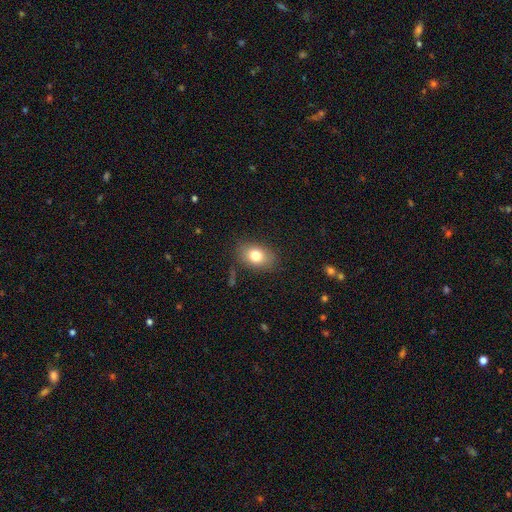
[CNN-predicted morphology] This is likely a smooth galaxy (78%). How rounded: likely in between (76%). Merging: clearly none (81%).